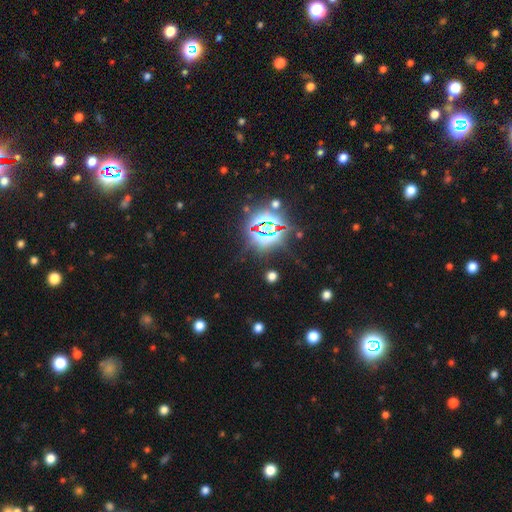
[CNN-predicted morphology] A star or artifact, not a galaxy (82%).

Vote fractions:
- Smooth or featured? star or artifact: 82% / smooth: 12% / featured or disk: 6%